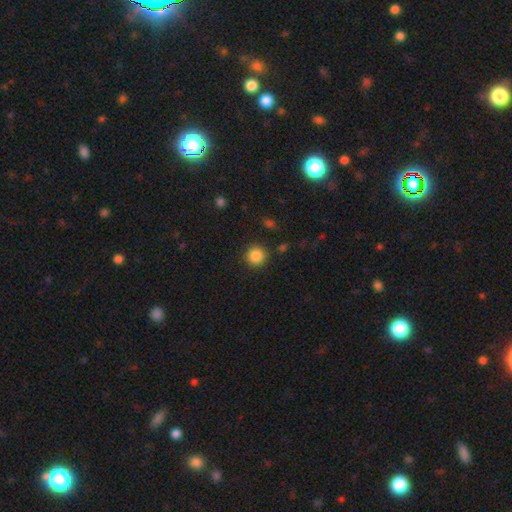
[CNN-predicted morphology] smooth_or_featured: smooth (p=0.87) [alt: star or artifact p=0.10]
how_rounded: round (p=0.93) [alt: in between p=0.06]
merging: none (p=0.89) [alt: minor disturbance p=0.06]